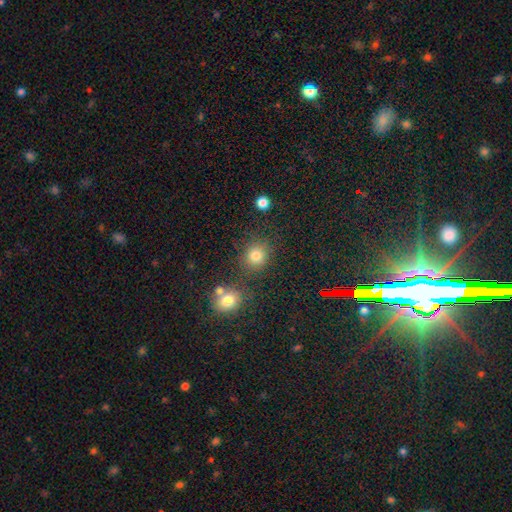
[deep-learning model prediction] smooth_or_featured: smooth (p=0.80) [alt: star or artifact p=0.14]
how_rounded: round (p=0.78) [alt: in between p=0.20]
merging: none (p=0.77) [alt: minor disturbance p=0.11]